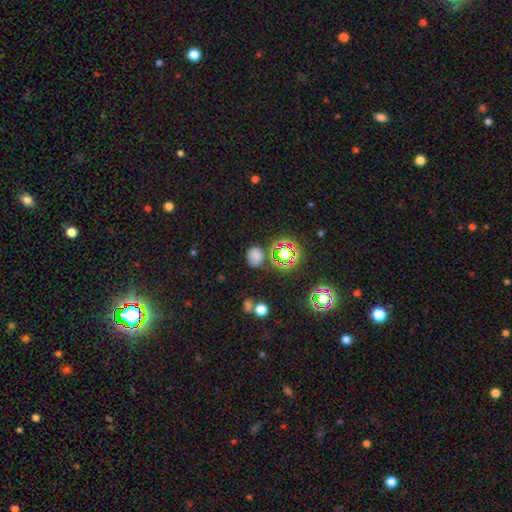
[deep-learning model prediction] A smooth galaxy with no disk features (68%) that is round (63%).

Vote fractions:
- Smooth or featured? smooth: 68% / star or artifact: 26% / featured or disk: 6%
- How rounded? round: 63% / in between: 36% / cigar-shaped: 1%
- Merging? none: 77% / minor disturbance: 13% / merger: 6% / major disturbance: 5%